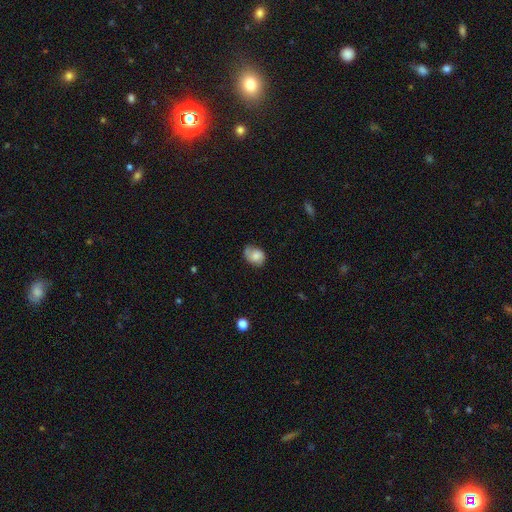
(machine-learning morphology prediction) smooth-or-featured: smooth: 64% | featured or disk: 27% | star or artifact: 9%
  how-rounded: in between: 63% | round: 36% | cigar-shaped: 1%
  merging: none: 56% | minor disturbance: 32% | major disturbance: 10% | merger: 2%